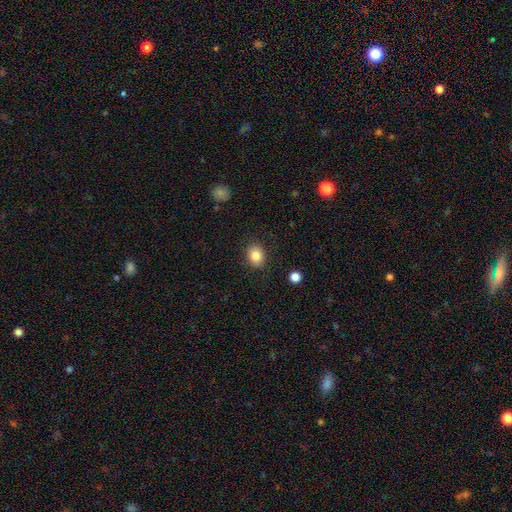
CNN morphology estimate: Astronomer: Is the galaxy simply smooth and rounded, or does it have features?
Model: smooth — 84%.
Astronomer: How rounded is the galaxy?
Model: in between — 52% (runner-up: round, 47%).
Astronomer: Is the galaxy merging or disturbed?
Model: none — 88%.